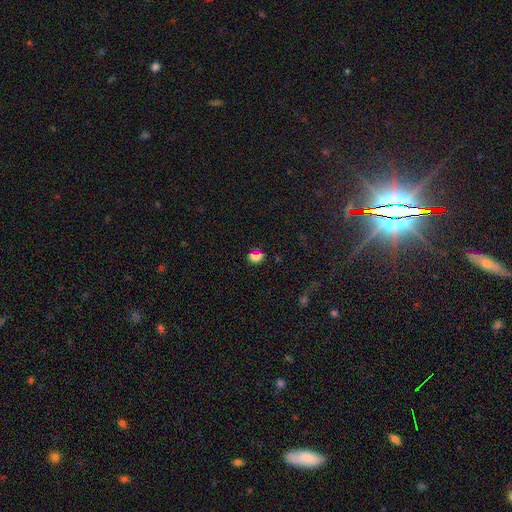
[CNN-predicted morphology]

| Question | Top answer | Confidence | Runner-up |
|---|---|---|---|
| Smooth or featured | smooth | 74% | star or artifact (20%) |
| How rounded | in between | 57% | round (40%) |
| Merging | none | 75% | minor disturbance (14%) |